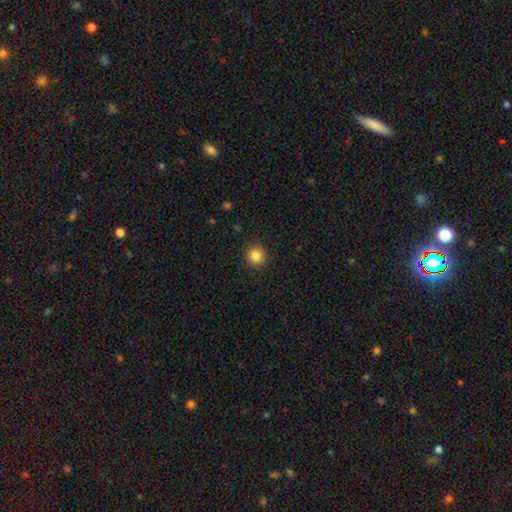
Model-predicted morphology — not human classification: Overall: smooth (85%). How rounded: round (93%). Merging: none (91%).